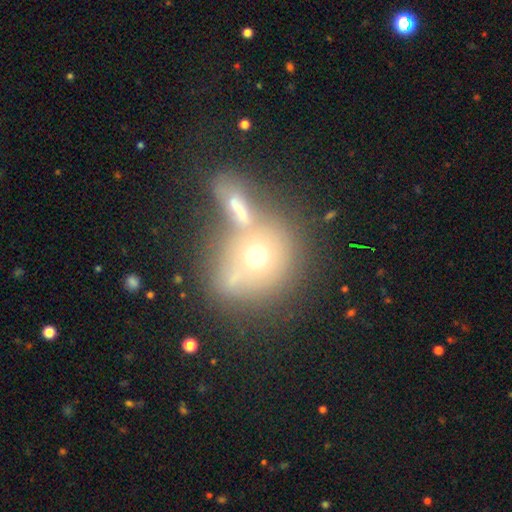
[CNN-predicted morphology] Q: Smooth or featured?
A: smooth (58%); runner-up: featured or disk (27%)
Q: How rounded?
A: round (80%); runner-up: in between (18%)
Q: Merging?
A: merger (45%); runner-up: none (35%)